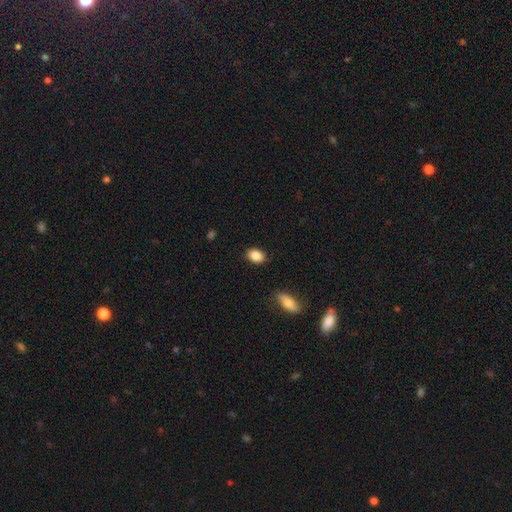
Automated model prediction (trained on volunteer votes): Overall: smooth (87%). How rounded: in between (79%). Merging: none (87%).